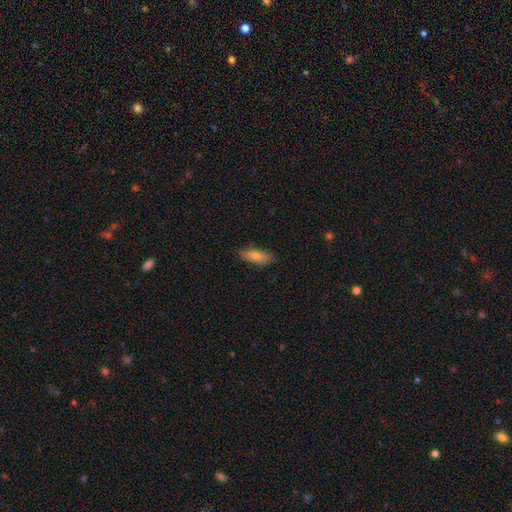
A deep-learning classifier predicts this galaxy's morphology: smooth 75%, featured or disk 19%, star or artifact 7%. Down the decision tree: how rounded — in between (75%); merging — none (83%).